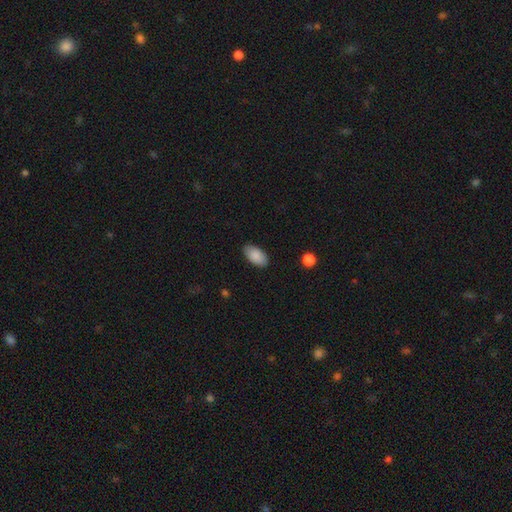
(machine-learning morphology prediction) smooth-or-featured: smooth: 89% | star or artifact: 6% | featured or disk: 5%
  how-rounded: in between: 95% | round: 3% | cigar-shaped: 2%
  merging: none: 86% | minor disturbance: 11% | major disturbance: 2% | merger: 1%